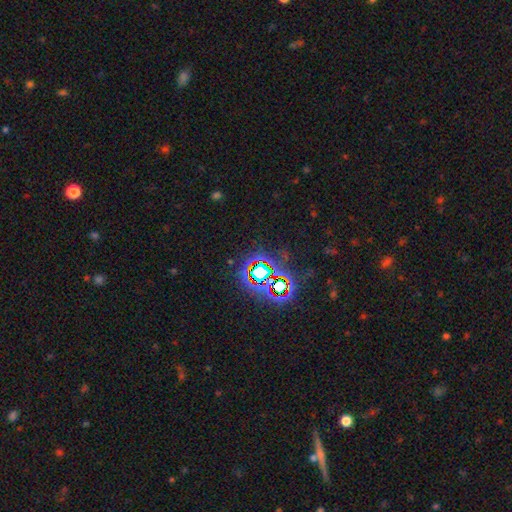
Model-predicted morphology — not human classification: smooth_or_featured: star or artifact (p=0.77) [alt: smooth p=0.13]